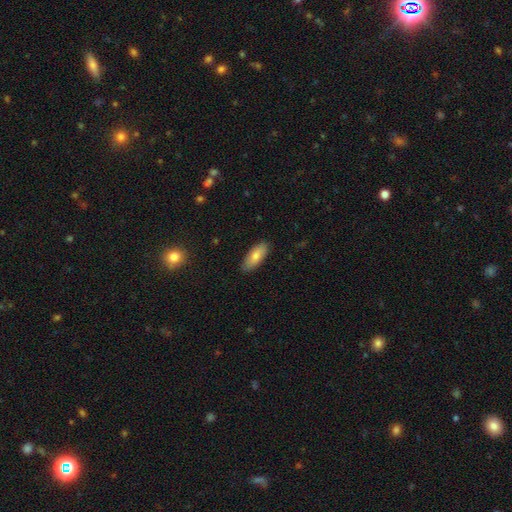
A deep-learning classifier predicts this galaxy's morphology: smooth 76%, featured or disk 17%, star or artifact 7%. Down the decision tree: how rounded — in between (78%); merging — none (87%).